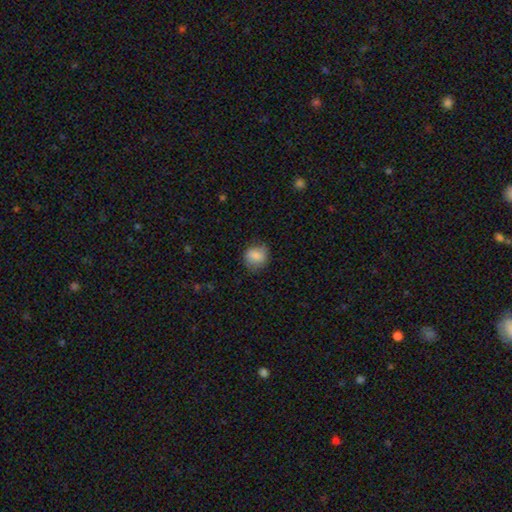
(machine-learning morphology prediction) The model was most divided on "how rounded": round: 75%, in between: 24%, cigar-shaped: 1%. More confident: smooth or featured — smooth (83%); merging — none (75%).